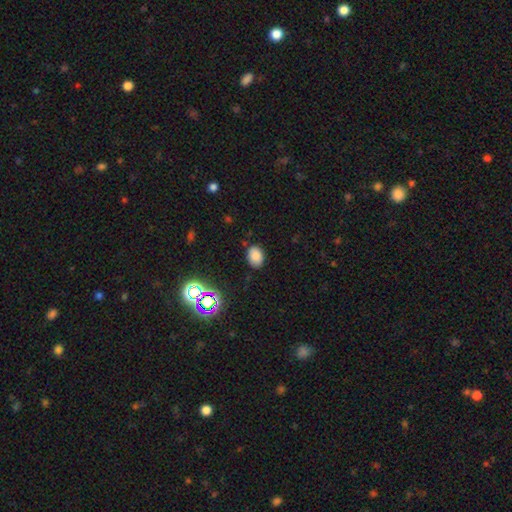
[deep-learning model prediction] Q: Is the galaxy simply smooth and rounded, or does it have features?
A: smooth — 78%.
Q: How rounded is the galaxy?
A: in between — 74%.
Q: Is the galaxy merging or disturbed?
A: none — 84%.